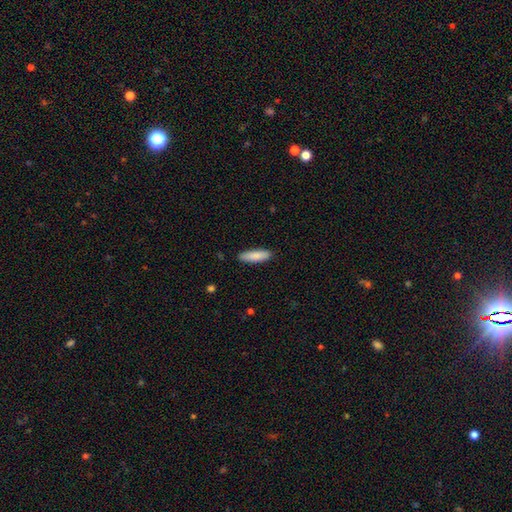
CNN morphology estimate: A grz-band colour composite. It shows a smooth galaxy with no disk features (87%) that is cigar-shaped (57%). Merging: none (89%).